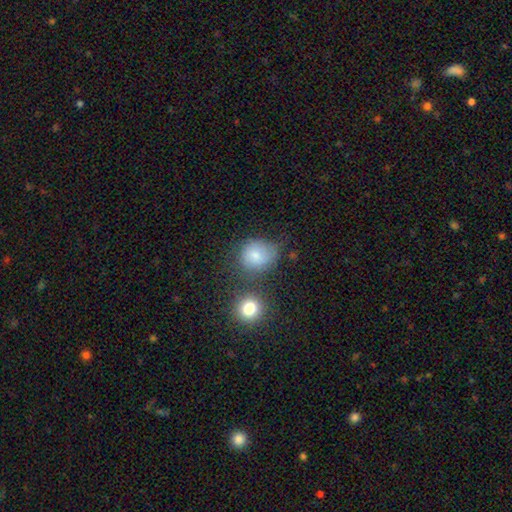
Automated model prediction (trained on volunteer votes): smooth_or_featured: smooth (p=0.78) [alt: star or artifact p=0.11]
how_rounded: round (p=0.74) [alt: in between p=0.25]
merging: none (p=0.55) [alt: minor disturbance p=0.22]